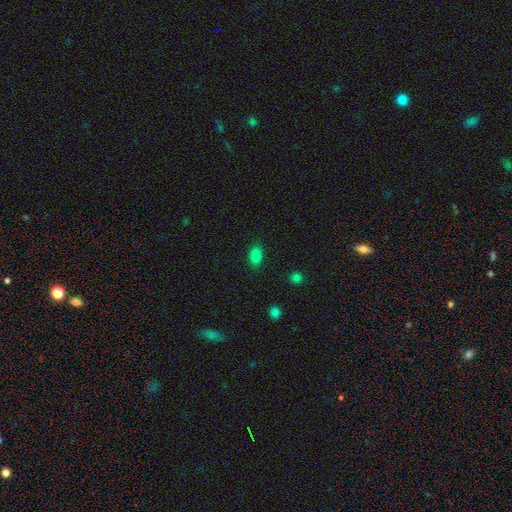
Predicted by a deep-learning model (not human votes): smooth 84%, star or artifact 11%, featured or disk 4%. Down the decision tree: how rounded — in between (88%); merging — none (85%).